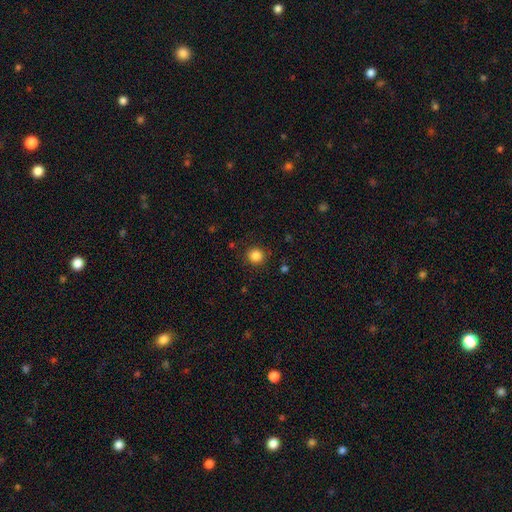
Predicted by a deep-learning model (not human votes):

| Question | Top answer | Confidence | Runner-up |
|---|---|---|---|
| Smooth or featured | smooth | 85% | star or artifact (11%) |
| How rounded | round | 91% | in between (8%) |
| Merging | none | 90% | minor disturbance (7%) |